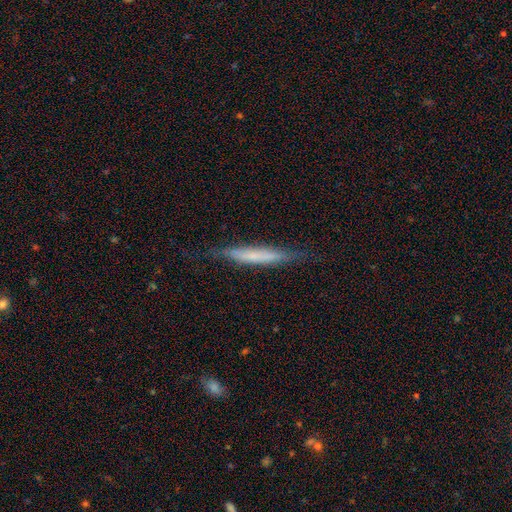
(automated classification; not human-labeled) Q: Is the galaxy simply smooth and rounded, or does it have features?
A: smooth — 52%.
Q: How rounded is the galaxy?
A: cigar-shaped — 94%.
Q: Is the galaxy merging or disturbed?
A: none — 78%.